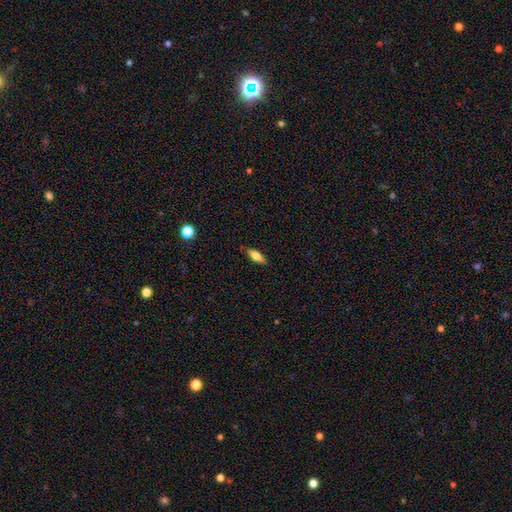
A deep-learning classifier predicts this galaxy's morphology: Smooth or featured? Predicted: smooth (p=0.65). How rounded? Predicted: in between (p=0.59). Merging? Predicted: none (p=0.85).